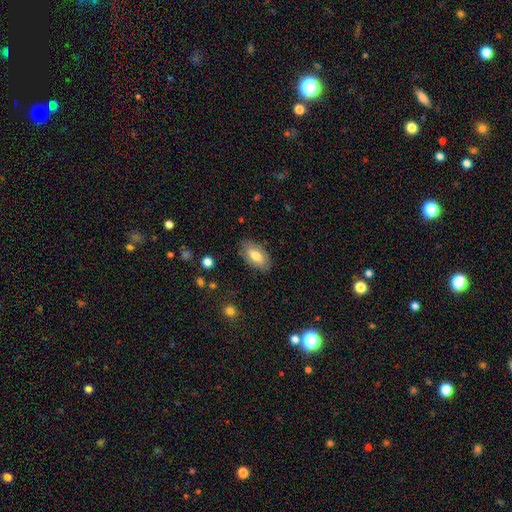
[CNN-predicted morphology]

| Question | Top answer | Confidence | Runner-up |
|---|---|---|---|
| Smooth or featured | smooth | 69% | featured or disk (25%) |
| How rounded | in between | 93% | cigar-shaped (4%) |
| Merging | none | 83% | minor disturbance (13%) |